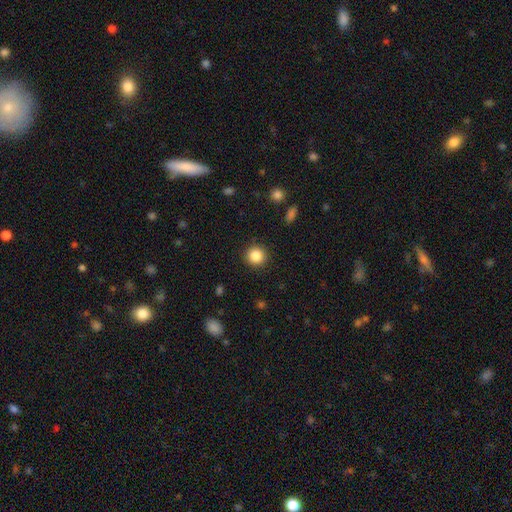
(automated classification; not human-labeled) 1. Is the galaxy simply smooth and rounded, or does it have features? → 86% smooth, 10% star or artifact, 4% featured or disk.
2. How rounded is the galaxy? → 93% round, 6% in between, 1% cigar-shaped.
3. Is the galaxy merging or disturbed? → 91% none, 6% minor disturbance, 2% major disturbance, 1% merger.